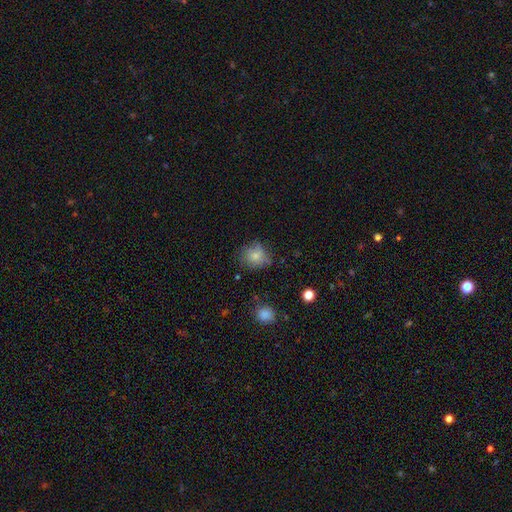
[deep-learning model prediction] Overall: smooth (77%). How rounded: round (78%). Merging: none (65%).